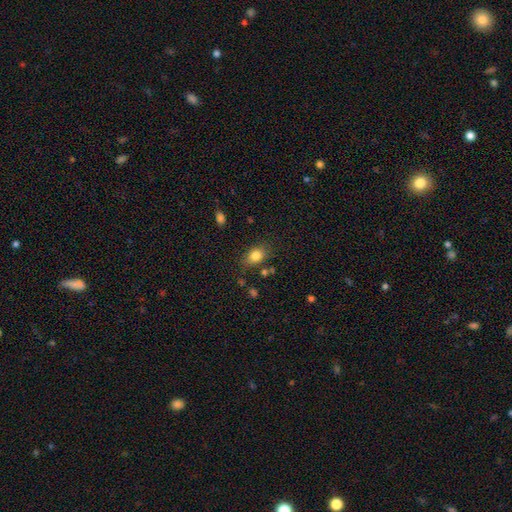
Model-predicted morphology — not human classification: This appears to be a smooth galaxy with no disk features (83%) that is in between round and cigar-shaped (75%). Merging: none (78%).